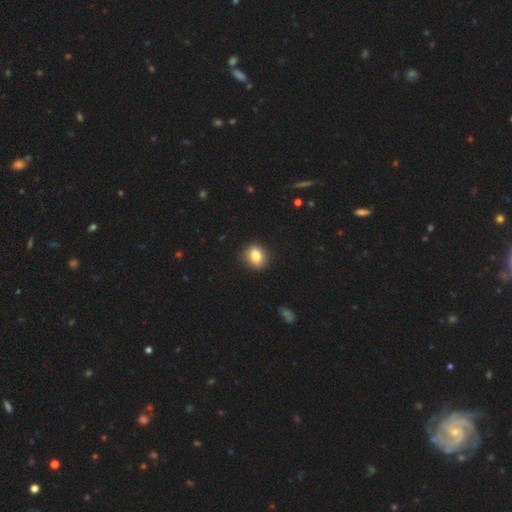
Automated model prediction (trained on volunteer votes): Smooth or featured: smooth — 83% (star or artifact — 9%)
How rounded: round — 56% (in between — 43%)
Merging: none — 87% (minor disturbance — 10%)